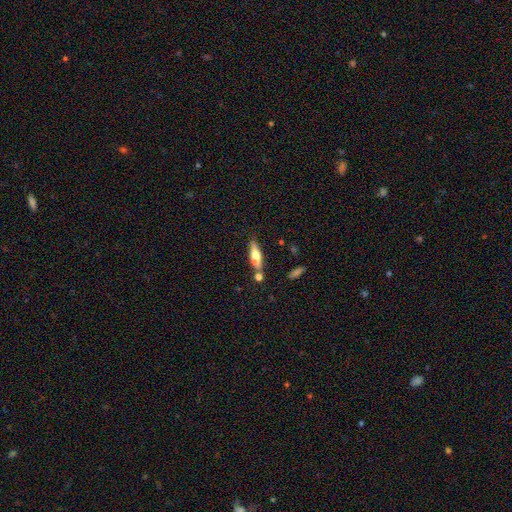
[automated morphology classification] smooth_or_featured: smooth (p=0.54) [alt: featured or disk p=0.38]
how_rounded: cigar-shaped (p=0.65) [alt: in between p=0.32]
merging: none (p=0.65) [alt: merger p=0.15]